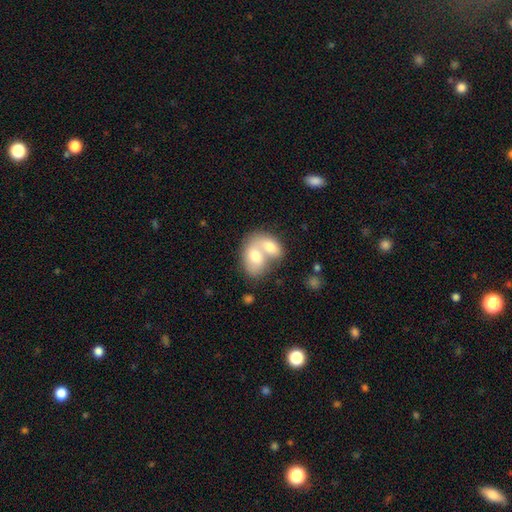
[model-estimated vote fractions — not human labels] Overall: smooth (68%). How rounded: in between (80%). Merging: merger (77%).